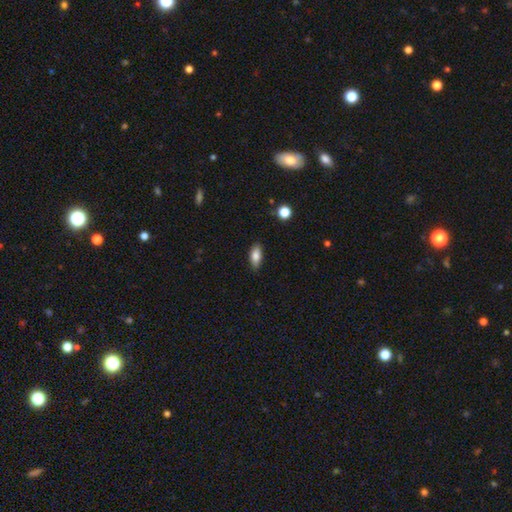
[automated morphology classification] A smooth galaxy with no disk features (82%) that is in between round and cigar-shaped (84%). Merging: none (84%).